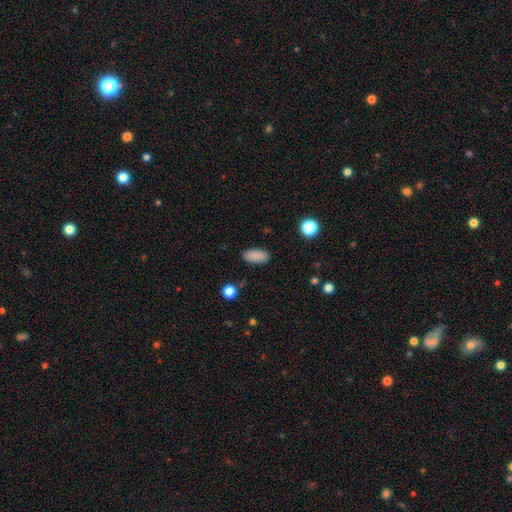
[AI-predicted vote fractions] smooth-or-featured: smooth: 88% | star or artifact: 9% | featured or disk: 4%
  how-rounded: in between: 85% | cigar-shaped: 11% | round: 3%
  merging: none: 86% | minor disturbance: 10% | major disturbance: 2% | merger: 1%